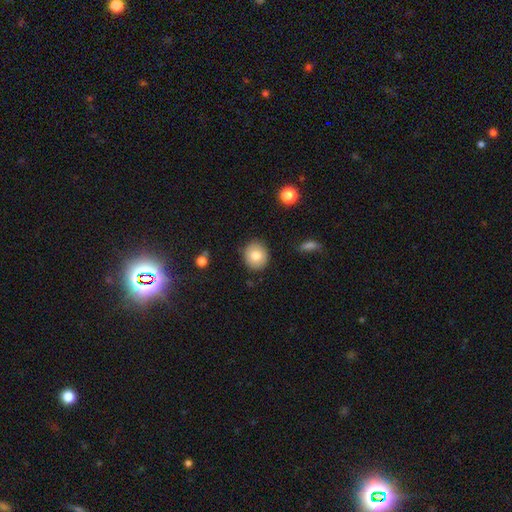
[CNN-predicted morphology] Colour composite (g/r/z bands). It shows a smooth galaxy with no disk features (79%) that is round (79%). Merging: none (88%).